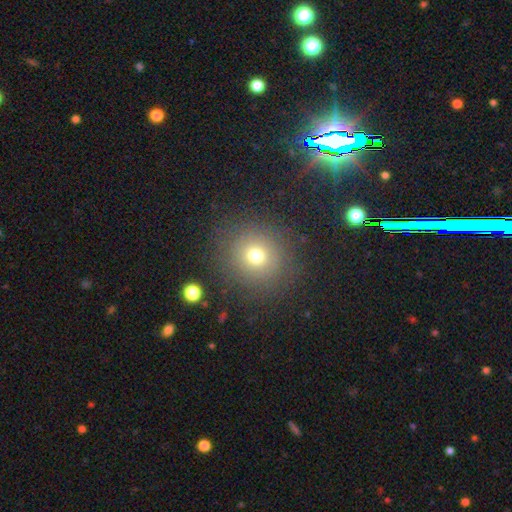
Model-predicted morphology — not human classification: This appears to be a smooth galaxy with no disk features (69%) that is round (90%). Merging: none (85%).